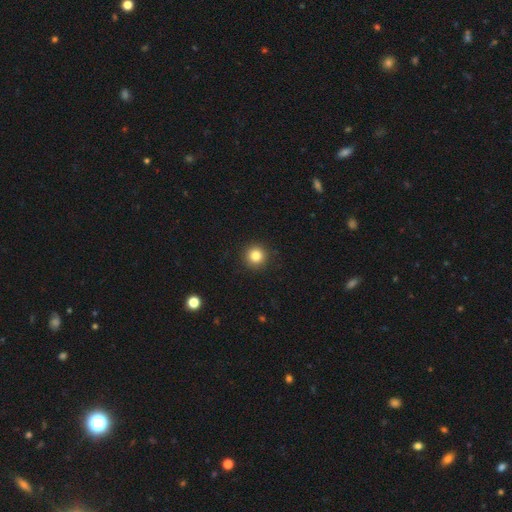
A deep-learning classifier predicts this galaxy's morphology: Smooth or featured? Predicted: smooth (p=0.83). How rounded? Predicted: round (p=0.95). Merging? Predicted: none (p=0.92).